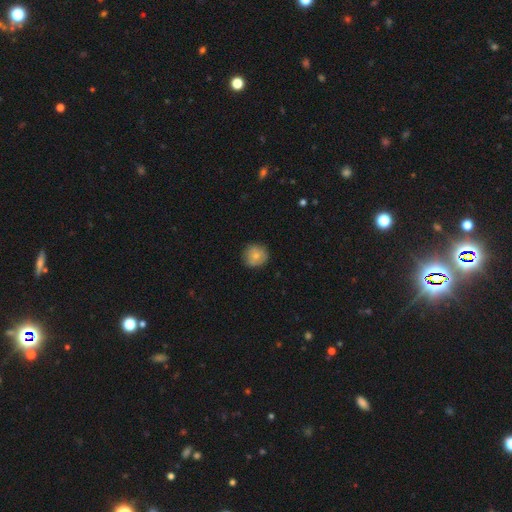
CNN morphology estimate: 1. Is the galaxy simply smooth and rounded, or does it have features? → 74% smooth, 18% featured or disk, 8% star or artifact.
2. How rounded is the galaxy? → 90% round, 9% in between, 1% cigar-shaped.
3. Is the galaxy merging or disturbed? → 82% none, 14% minor disturbance, 3% major disturbance, 1% merger.